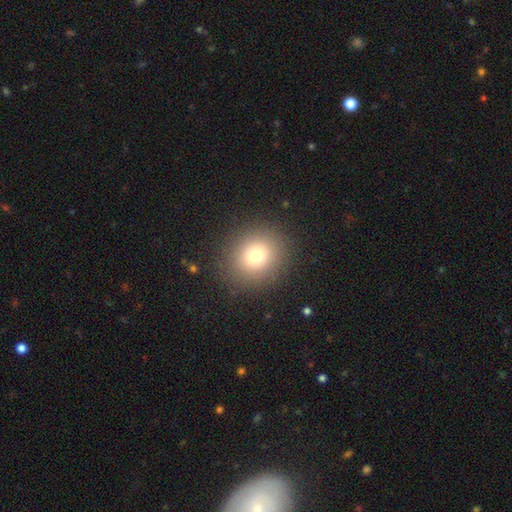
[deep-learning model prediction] smooth_or_featured: smooth (p=0.74) [alt: star or artifact p=0.15]
how_rounded: round (p=0.82) [alt: in between p=0.17]
merging: none (p=0.88) [alt: minor disturbance p=0.07]